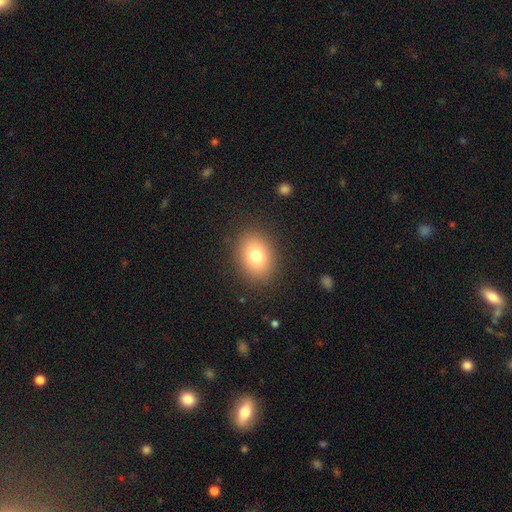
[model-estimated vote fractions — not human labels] Q: Smooth or featured?
A: smooth (78%); runner-up: star or artifact (11%)
Q: How rounded?
A: in between (57%); runner-up: round (42%)
Q: Merging?
A: none (88%); runner-up: minor disturbance (8%)